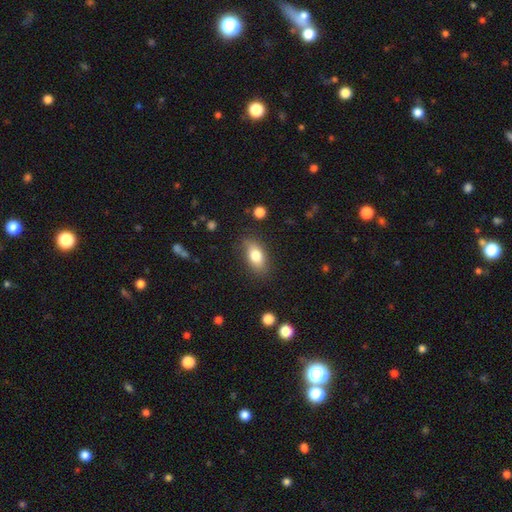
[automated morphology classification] A smooth galaxy with no disk features (78%) that is in between round and cigar-shaped (86%). Merging: none (80%).